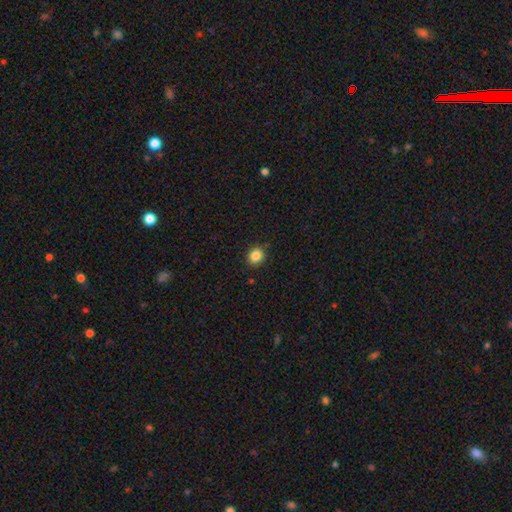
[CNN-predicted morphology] The model was most divided on "how rounded": round: 69%, in between: 30%, cigar-shaped: 1%. More confident: merging — none (89%); smooth or featured — smooth (86%).